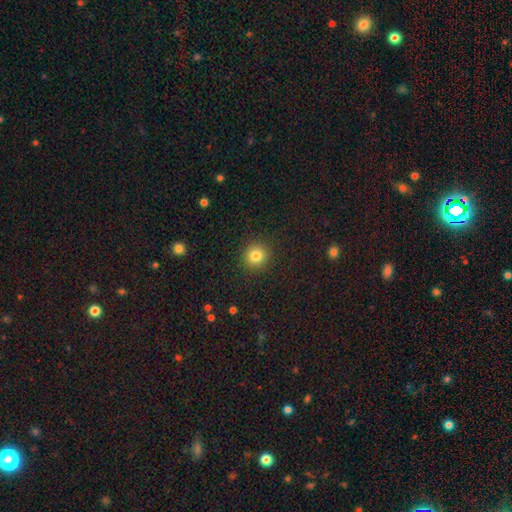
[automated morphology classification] Smooth or featured? smooth (82%)
How rounded? round (92%)
Merging? none (91%)